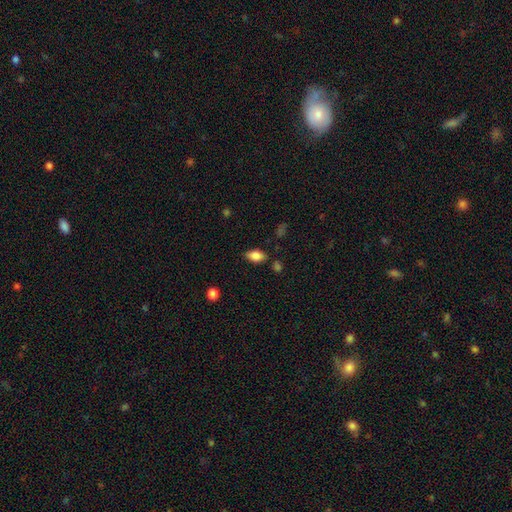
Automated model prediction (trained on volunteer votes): Overall: smooth (85%). How rounded: in between (90%). Merging: none (79%).